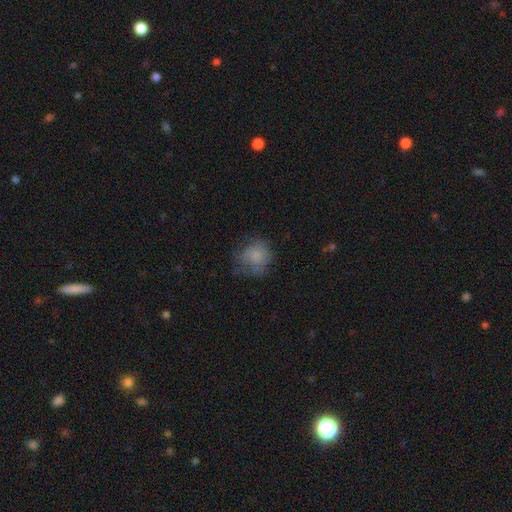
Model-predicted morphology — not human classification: Smooth or featured: smooth — 71% (featured or disk — 18%)
How rounded: round — 79% (in between — 20%)
Merging: none — 54% (minor disturbance — 26%)